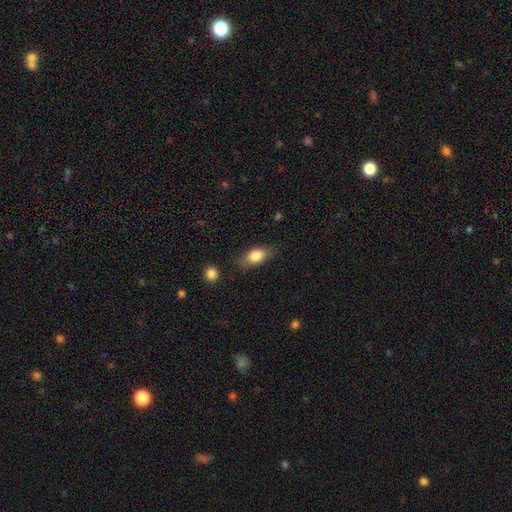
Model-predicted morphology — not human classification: A smooth galaxy with no disk features (81%) that is in between round and cigar-shaped (83%). Merging: none (75%).